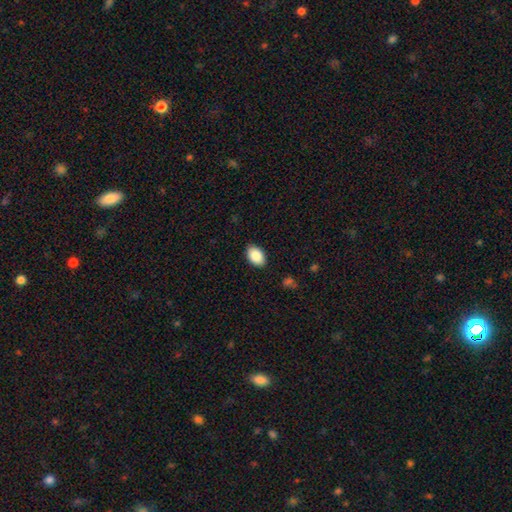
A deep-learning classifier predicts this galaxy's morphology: Smooth or featured? Predicted: smooth (p=0.88). How rounded? Predicted: in between (p=0.89). Merging? Predicted: none (p=0.88).